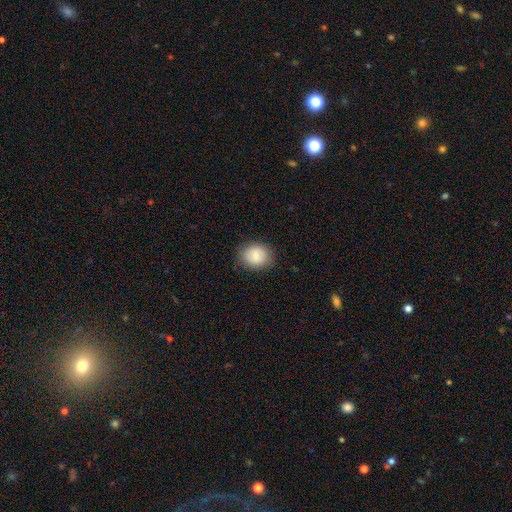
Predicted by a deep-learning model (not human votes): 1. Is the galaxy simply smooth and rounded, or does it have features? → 81% smooth, 11% featured or disk, 8% star or artifact.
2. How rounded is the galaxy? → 61% round, 38% in between, 1% cigar-shaped.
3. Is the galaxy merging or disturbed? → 84% none, 12% minor disturbance, 3% major disturbance, 1% merger.